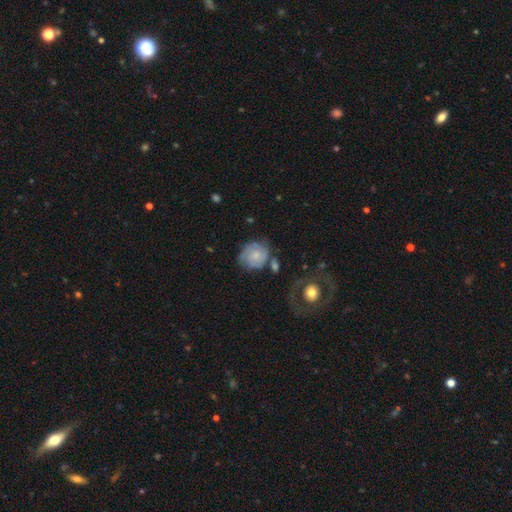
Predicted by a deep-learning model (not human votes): Q: Smooth or featured?
A: featured or disk (57%); runner-up: smooth (36%)
Q: Edge-on disk?
A: no (97%); runner-up: yes (3%)
Q: Bar?
A: no (79%); runner-up: weak (18%)
Q: Spiral arms?
A: yes (83%); runner-up: no (17%)
Q: Bulge size?
A: small (51%); runner-up: moderate (37%)
Q: Merging?
A: none (55%); runner-up: minor disturbance (23%)